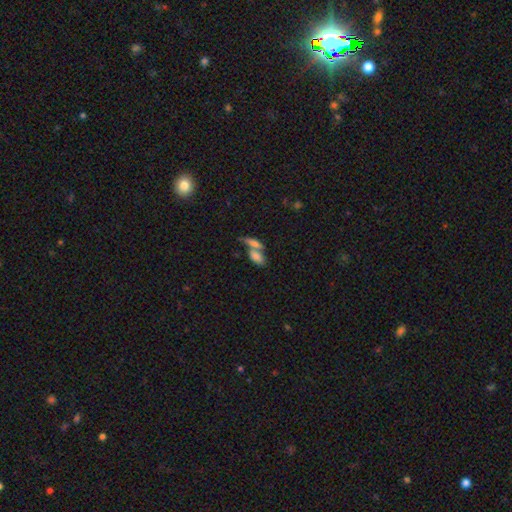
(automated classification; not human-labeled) Smooth or featured? Predicted: smooth (p=0.73). How rounded? Predicted: in between (p=0.80). Merging? Predicted: merger (p=0.55).